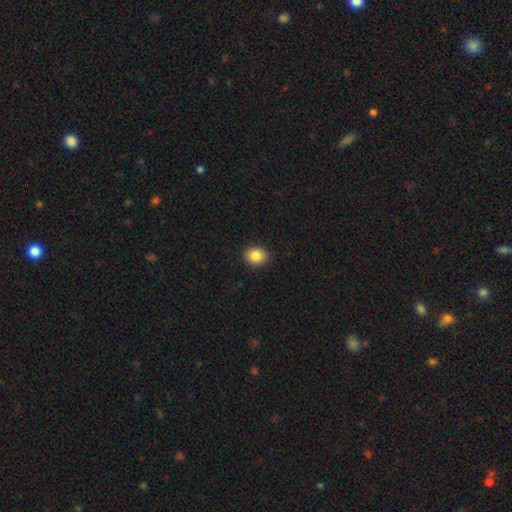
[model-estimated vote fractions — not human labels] Smooth or featured? Predicted: smooth (p=0.86). How rounded? Predicted: round (p=0.55). Merging? Predicted: none (p=0.90).